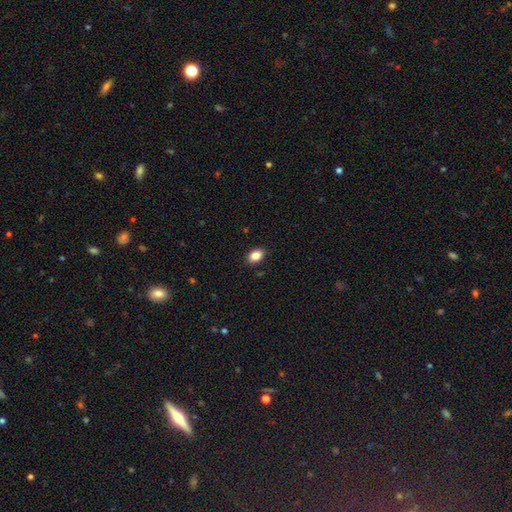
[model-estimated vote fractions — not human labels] Morphology: type=smooth (85%); roundness=in between (84%); merging=none (89%).